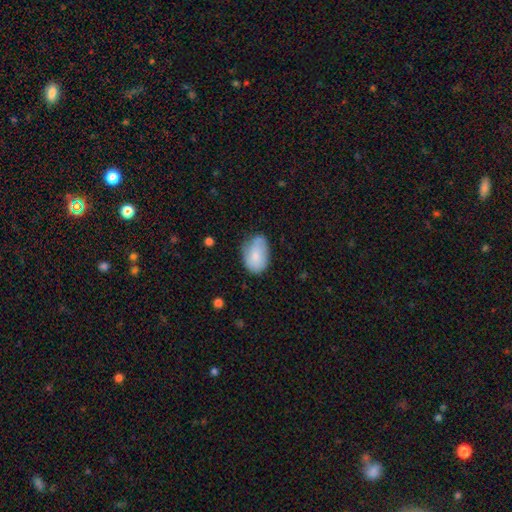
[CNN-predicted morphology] Smooth or featured: smooth — 76% (featured or disk — 17%)
How rounded: in between — 89% (round — 10%)
Merging: none — 56% (minor disturbance — 33%)